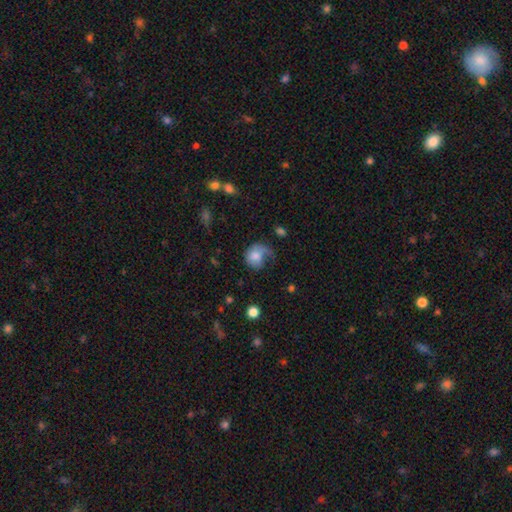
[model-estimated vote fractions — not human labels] Smooth or featured: smooth — 61% (featured or disk — 31%)
How rounded: round — 65% (in between — 34%)
Merging: major disturbance — 40% (none — 31%)